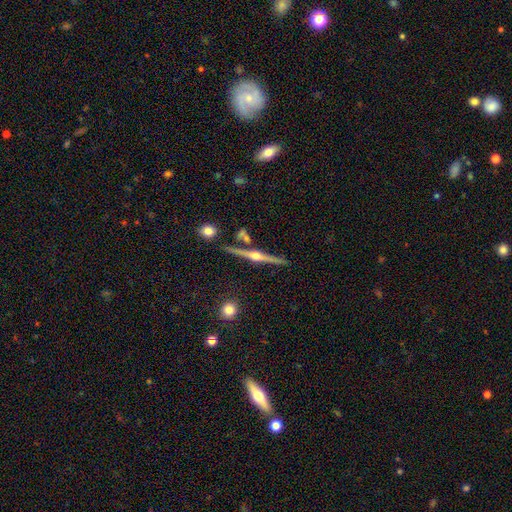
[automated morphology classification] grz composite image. It shows a featured or disk galaxy (85%) viewed edge-on (98%) with a rounded central bulge (95%). Merging: none (84%).